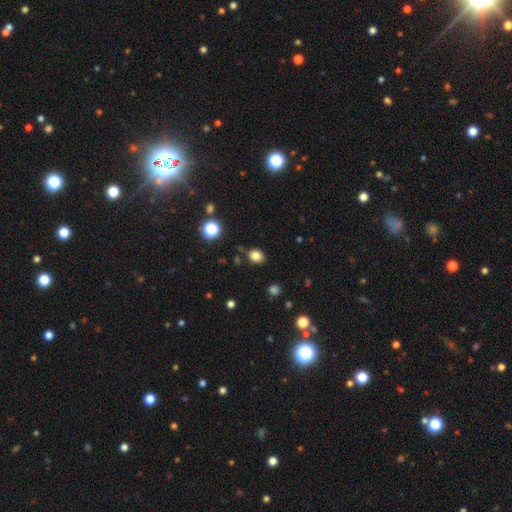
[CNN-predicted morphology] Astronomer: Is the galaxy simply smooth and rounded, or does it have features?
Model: smooth — 82%.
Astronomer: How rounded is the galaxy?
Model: round — 54% (runner-up: in between, 45%).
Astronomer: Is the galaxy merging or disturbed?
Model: none — 83%.